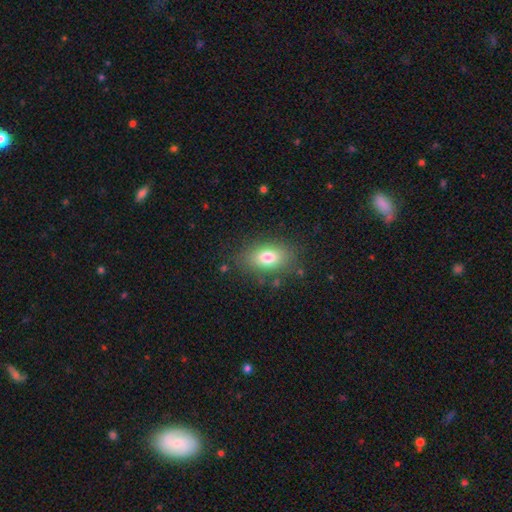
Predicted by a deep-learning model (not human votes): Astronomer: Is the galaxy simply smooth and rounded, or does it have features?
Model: smooth — 67%.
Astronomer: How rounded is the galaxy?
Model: in between — 76%.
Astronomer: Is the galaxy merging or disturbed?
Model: none — 85%.